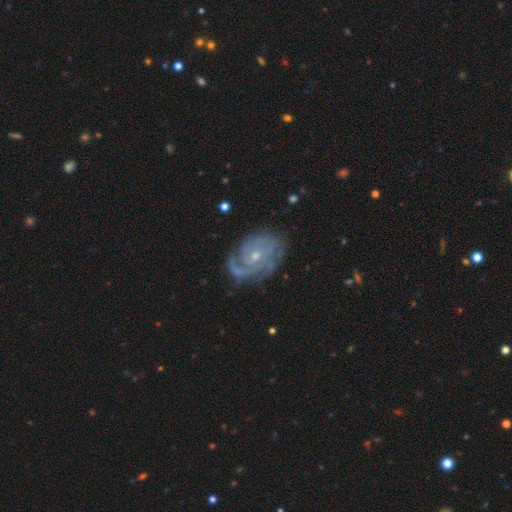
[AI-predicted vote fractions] This is clearly a featured or disk galaxy (86%). It is clearly not viewed edge-on (97%). Bar: likely no (72%). Spiral arm pattern: clearly yes (95%). Spiral arm count: marginally can't tell (26%, tied with 2). Spiral winding: possibly tight (59%). Central bulge: likely small (68%). Merging: likely none (67%).